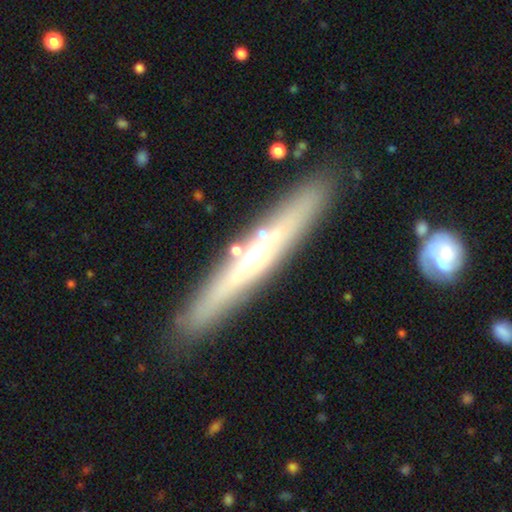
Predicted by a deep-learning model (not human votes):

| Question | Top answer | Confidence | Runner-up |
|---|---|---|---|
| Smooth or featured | featured or disk | 68% | smooth (25%) |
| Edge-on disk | yes | 88% | no (12%) |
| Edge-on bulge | rounded | 79% | none (18%) |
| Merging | none | 86% | minor disturbance (9%) |